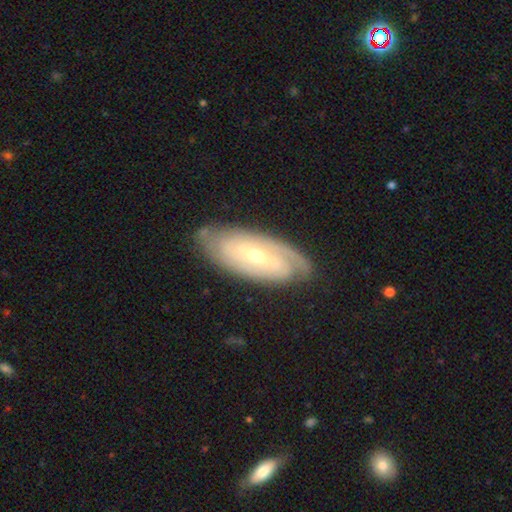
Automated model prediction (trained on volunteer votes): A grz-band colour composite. It shows a featured or disk galaxy (82%) with a weak bar (40%), 2 (51%) tight (67%) spiral arms (92%) and a small central bulge (52%). Merging: none (78%).